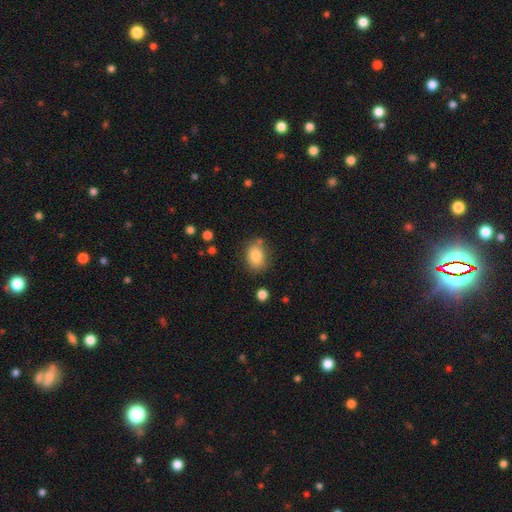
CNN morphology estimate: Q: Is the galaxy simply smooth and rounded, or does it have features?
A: smooth — 83%.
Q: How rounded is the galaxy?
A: in between — 67%.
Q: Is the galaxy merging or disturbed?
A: none — 75%.